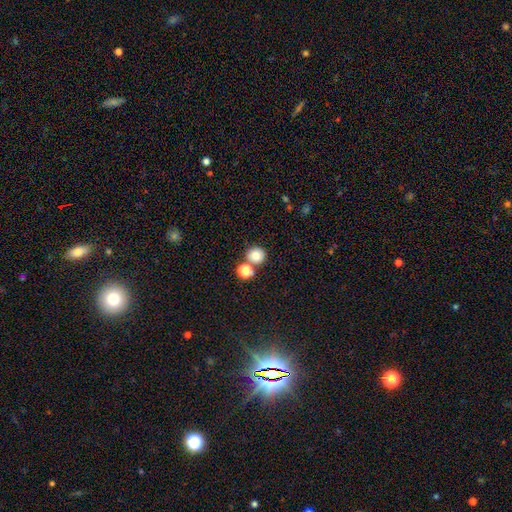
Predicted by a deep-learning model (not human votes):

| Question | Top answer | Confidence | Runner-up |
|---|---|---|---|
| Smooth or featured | smooth | 77% | star or artifact (13%) |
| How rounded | round | 90% | in between (9%) |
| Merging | none | 67% | merger (23%) |